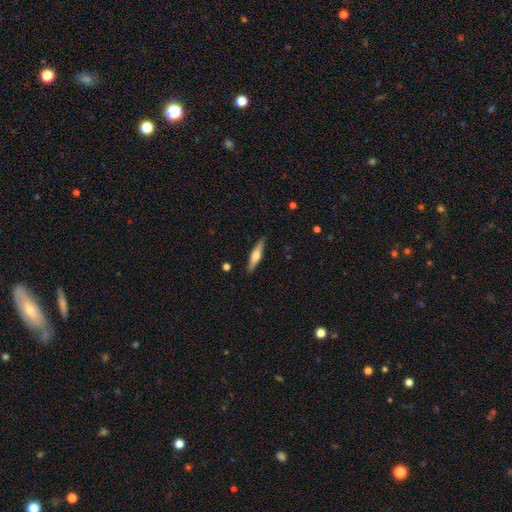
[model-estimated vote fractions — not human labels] smooth_or_featured: smooth (p=0.49) [alt: featured or disk p=0.45]
merging: none (p=0.88) [alt: minor disturbance p=0.09]